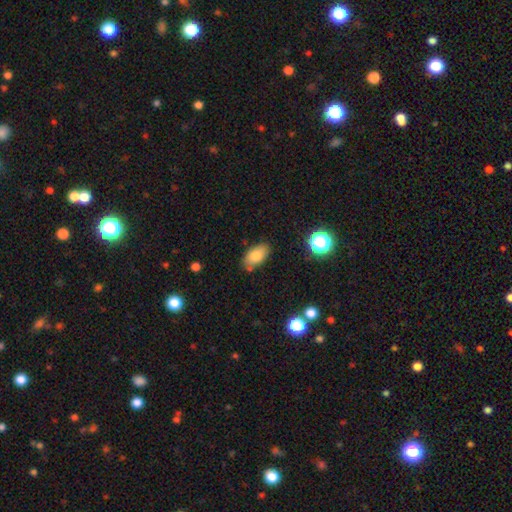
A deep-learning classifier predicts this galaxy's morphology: Smooth or featured: smooth — 80% (featured or disk — 11%)
How rounded: in between — 92% (round — 5%)
Merging: none — 78% (minor disturbance — 16%)